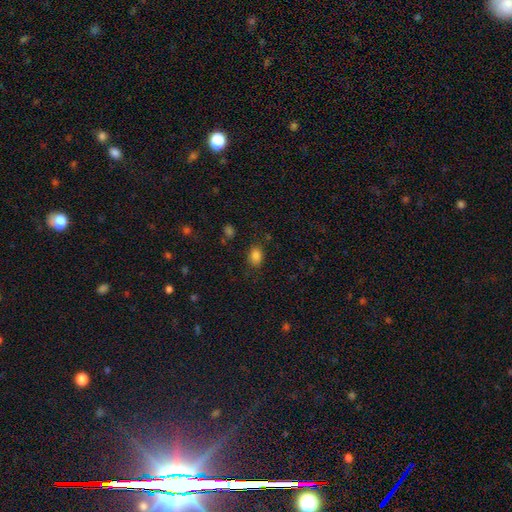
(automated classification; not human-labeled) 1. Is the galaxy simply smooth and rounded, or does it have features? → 84% smooth, 11% star or artifact, 5% featured or disk.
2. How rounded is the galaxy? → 68% in between, 31% round, 1% cigar-shaped.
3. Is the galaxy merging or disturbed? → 82% none, 12% minor disturbance, 4% major disturbance, 2% merger.